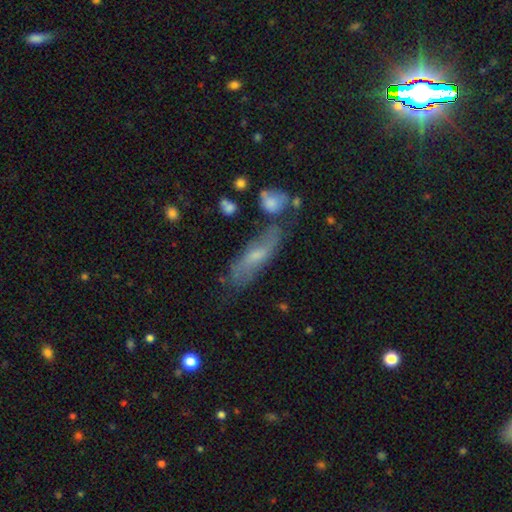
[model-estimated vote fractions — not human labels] A featured or disk galaxy (47%). Merging: none (58%).